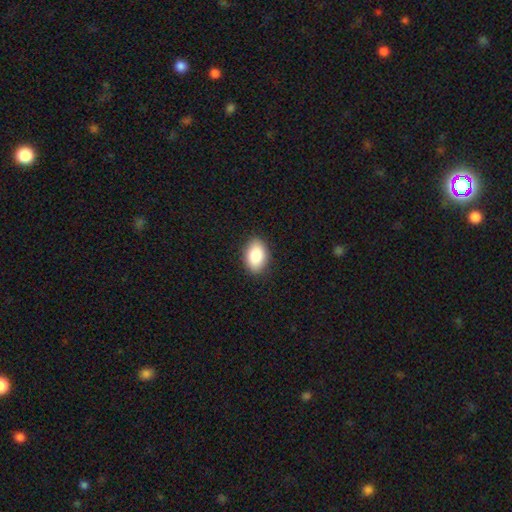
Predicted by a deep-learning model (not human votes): Q: Smooth or featured?
A: smooth (88%); runner-up: star or artifact (7%)
Q: How rounded?
A: in between (90%); runner-up: round (9%)
Q: Merging?
A: none (88%); runner-up: minor disturbance (9%)